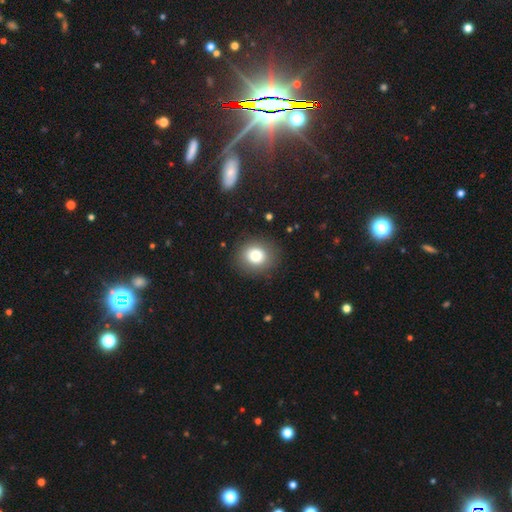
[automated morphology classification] A smooth galaxy with no disk features (78%) that is round (82%).

Vote fractions:
- Smooth or featured? smooth: 78% / star or artifact: 12% / featured or disk: 11%
- How rounded? round: 82% / in between: 17% / cigar-shaped: 1%
- Merging? none: 88% / minor disturbance: 8% / major disturbance: 3% / merger: 1%